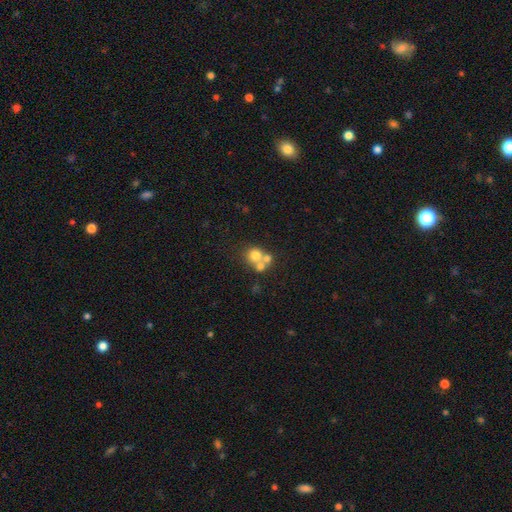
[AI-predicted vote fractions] smooth-or-featured: smooth: 66% | featured or disk: 21% | star or artifact: 13%
  how-rounded: round: 85% | in between: 14% | cigar-shaped: 1%
  merging: merger: 53% | none: 37% | minor disturbance: 6% | major disturbance: 4%